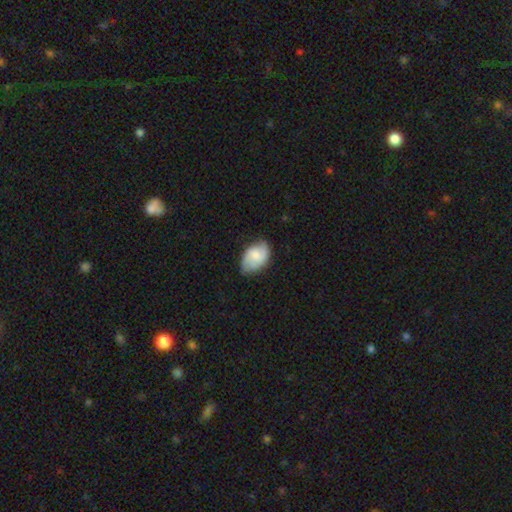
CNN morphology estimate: The model was most divided on "smooth or featured": smooth: 55%, featured or disk: 38%, star or artifact: 7%. More confident: how rounded — in between (86%); merging — none (64%).